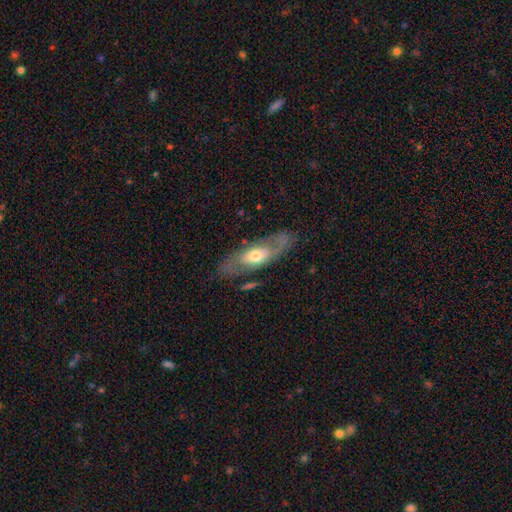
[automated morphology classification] The model was most divided on "smooth or featured": featured or disk: 62%, smooth: 33%, star or artifact: 6%. More confident: edge-on disk — no (76%); merging — none (75%).